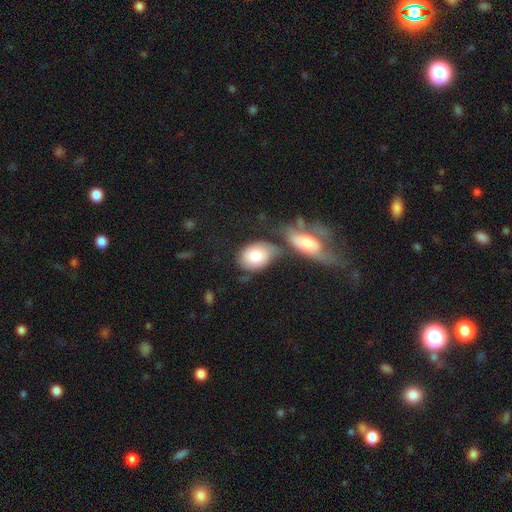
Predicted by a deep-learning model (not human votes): Smooth or featured: smooth — 74% (featured or disk — 20%)
How rounded: in between — 79% (round — 19%)
Merging: merger — 39% (none — 34%)